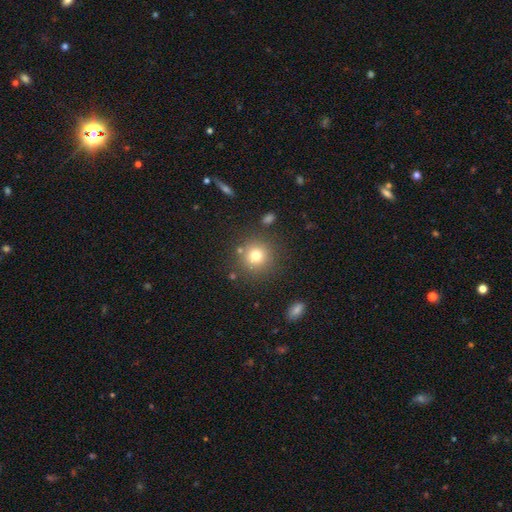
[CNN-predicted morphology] smooth 77%, star or artifact 14%, featured or disk 9%. Down the decision tree: how rounded — round (92%); merging — none (84%).